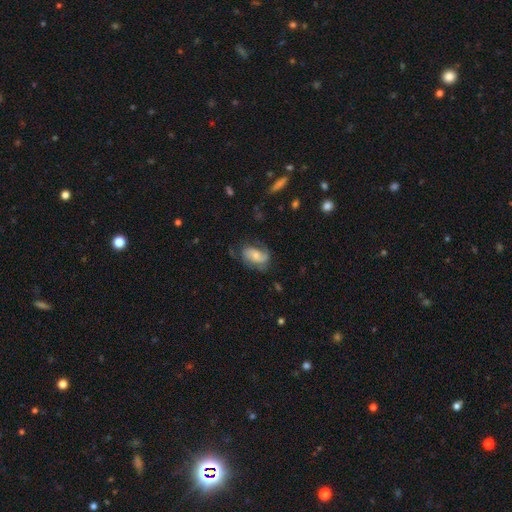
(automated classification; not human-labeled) Smooth or featured?
  - featured or disk: 53% *
  - smooth: 39%
  - star or artifact: 8%
Edge-on disk?
  - no: 96% *
  - yes: 4%
Bar?
  - no: 60% *
  - weak: 31%
  - strong: 10%
Spiral arms?
  - yes: 83% *
  - no: 17%
Bulge size?
  - small: 43% *
  - moderate: 38%
  - large: 8%
  - none: 8%
  - dominant: 2%
Merging?
  - none: 53% *
  - minor disturbance: 26%
  - major disturbance: 19%
  - merger: 2%